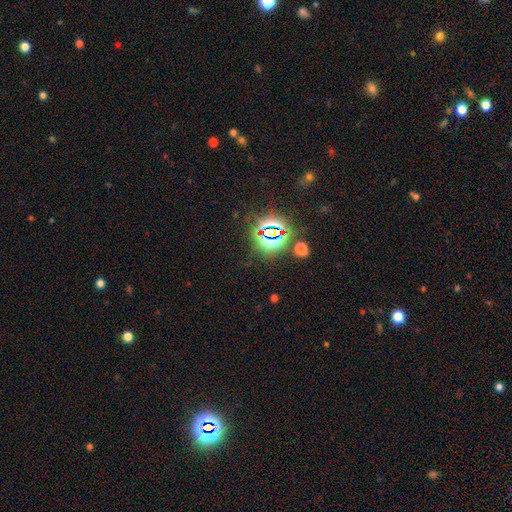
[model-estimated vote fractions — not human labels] Smooth or featured? star or artifact (81%)